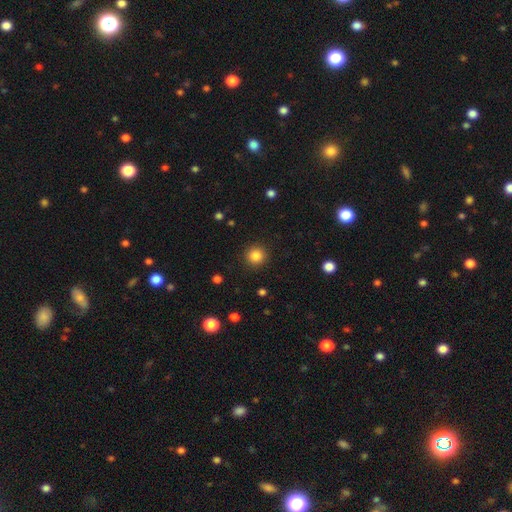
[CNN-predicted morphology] type=smooth (85%); roundness=round (94%); merging=none (91%).